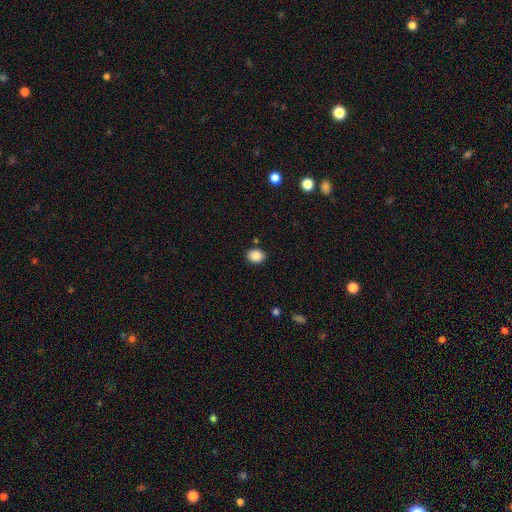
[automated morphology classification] smooth 87%, star or artifact 9%, featured or disk 4%. Down the decision tree: how rounded — round (52%); merging — none (84%).